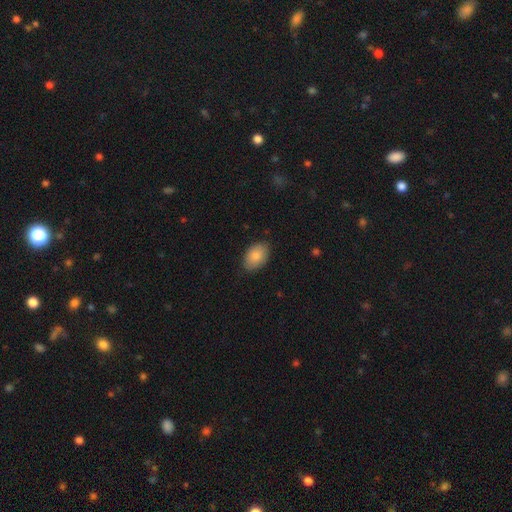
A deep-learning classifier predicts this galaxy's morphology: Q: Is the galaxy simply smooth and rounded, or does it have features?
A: smooth — 87%.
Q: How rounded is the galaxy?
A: in between — 89%.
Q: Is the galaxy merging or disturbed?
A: none — 83%.